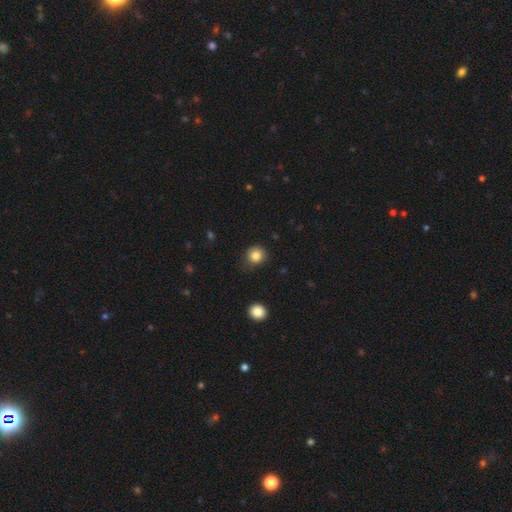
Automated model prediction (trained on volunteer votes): This appears to be a smooth galaxy with no disk features (83%) that is round (88%). Merging: none (78%).